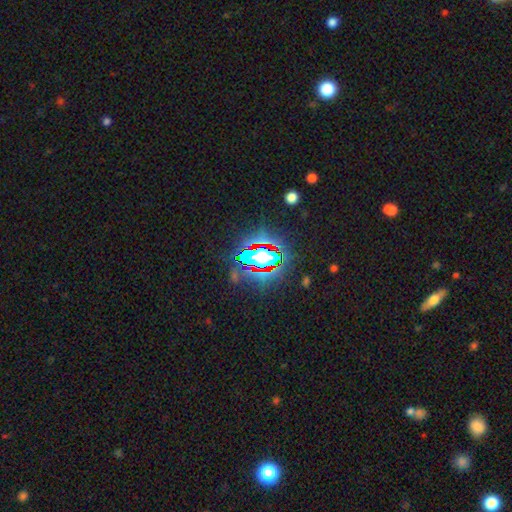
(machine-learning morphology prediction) Smooth or featured?
  - star or artifact: 83% *
  - smooth: 10%
  - featured or disk: 8%